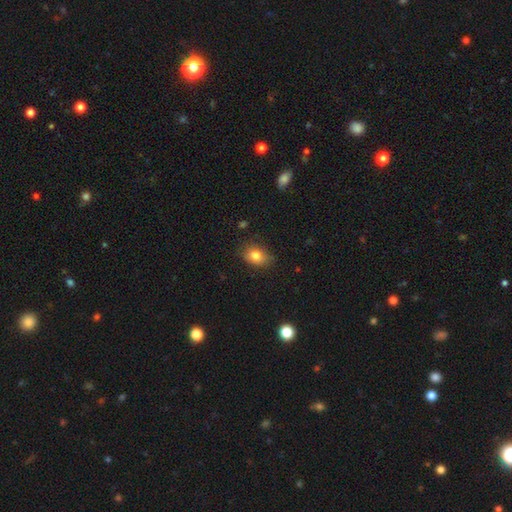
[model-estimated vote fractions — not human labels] Overall: smooth (82%). How rounded: in between (70%). Merging: none (78%).